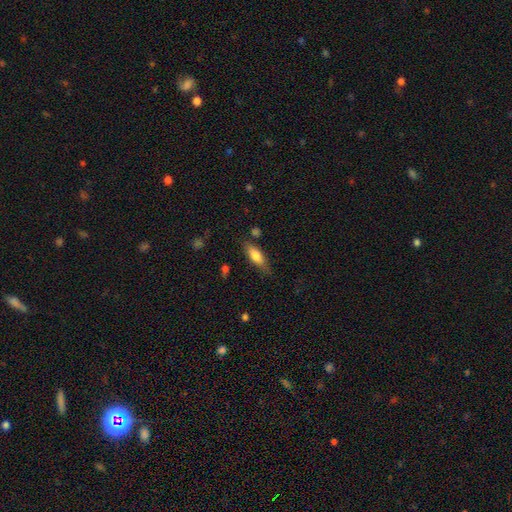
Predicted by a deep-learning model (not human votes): smooth 73%, featured or disk 20%, star or artifact 6%. Down the decision tree: how rounded — in between (66%); merging — none (72%).